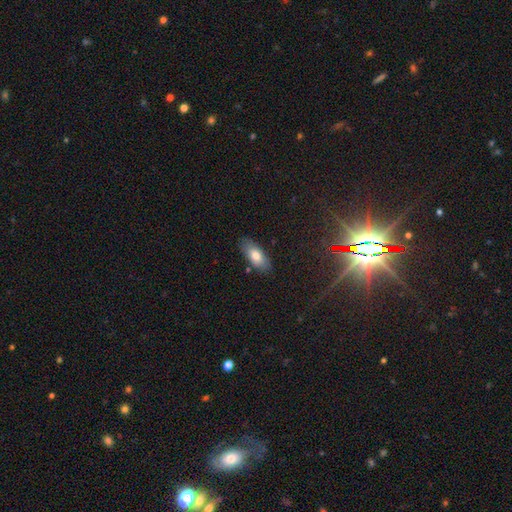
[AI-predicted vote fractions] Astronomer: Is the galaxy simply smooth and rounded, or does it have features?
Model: smooth — 76%.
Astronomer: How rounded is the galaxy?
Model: in between — 86%.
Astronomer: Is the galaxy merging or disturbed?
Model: none — 84%.